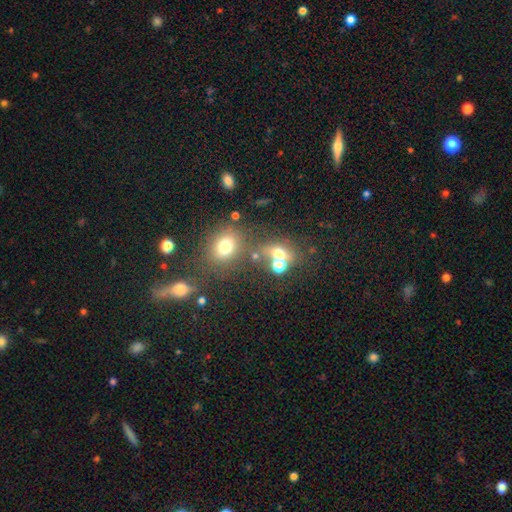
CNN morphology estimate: Smooth or featured?
  - smooth: 61% *
  - star or artifact: 24%
  - featured or disk: 15%
How rounded?
  - round: 58% *
  - in between: 39%
  - cigar-shaped: 2%
Merging?
  - none: 49% *
  - merger: 32%
  - minor disturbance: 12%
  - major disturbance: 8%